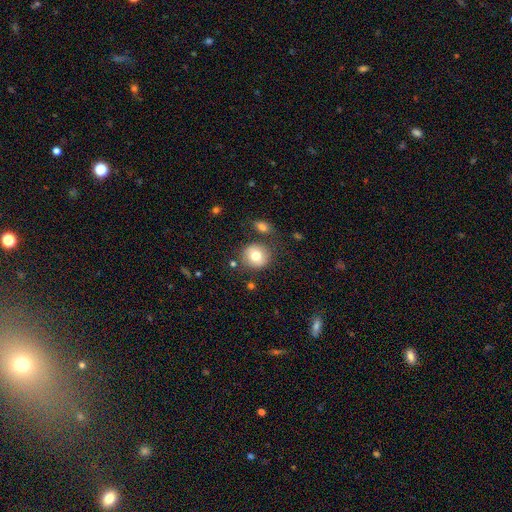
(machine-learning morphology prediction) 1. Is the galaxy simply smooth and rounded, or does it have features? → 76% smooth, 15% featured or disk, 9% star or artifact.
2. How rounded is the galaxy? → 87% round, 12% in between, 1% cigar-shaped.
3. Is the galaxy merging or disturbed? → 76% none, 12% minor disturbance, 7% merger, 4% major disturbance.